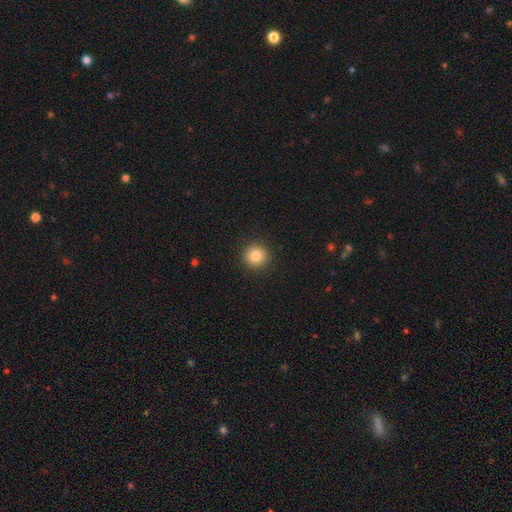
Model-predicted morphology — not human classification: Smooth or featured?
  - smooth: 83% *
  - star or artifact: 11%
  - featured or disk: 6%
How rounded?
  - round: 94% *
  - in between: 5%
  - cigar-shaped: 1%
Merging?
  - none: 93% *
  - minor disturbance: 5%
  - major disturbance: 2%
  - merger: 1%